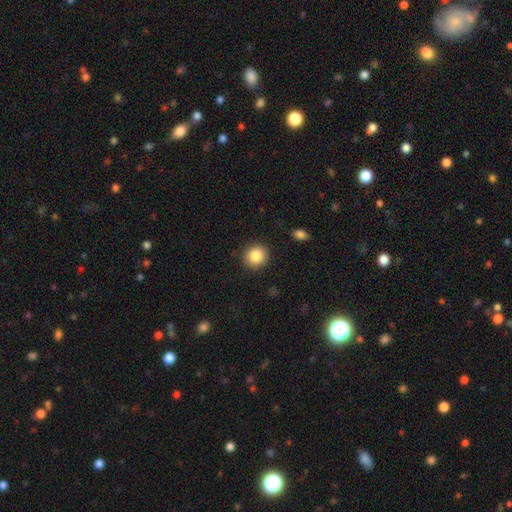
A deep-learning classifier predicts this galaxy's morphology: A smooth galaxy with no disk features (87%) that is round (84%). Merging: none (89%).